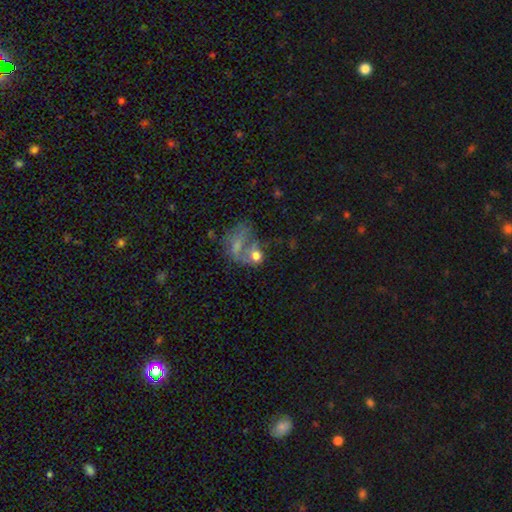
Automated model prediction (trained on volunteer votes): Overall: smooth (54%; featured or disk 31%). How rounded: round (54%; in between 44%). Merging: merger (46%; major disturbance 23%).